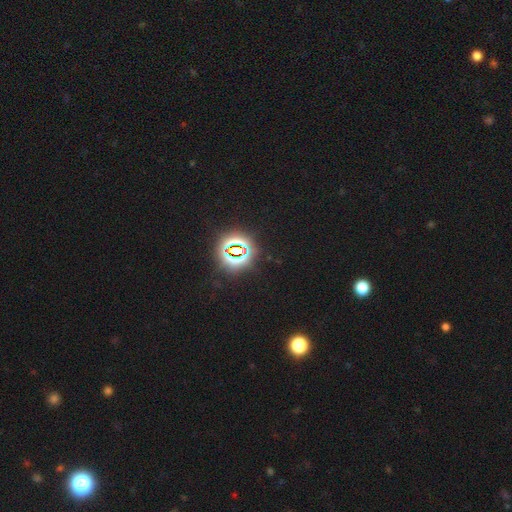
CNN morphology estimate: smooth_or_featured: star or artifact (p=0.82) [alt: smooth p=0.12]